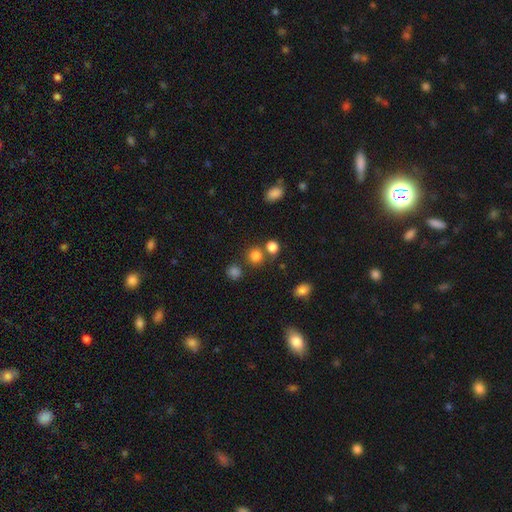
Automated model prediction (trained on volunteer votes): The model was most divided on "merging": none: 69%, merger: 19%, minor disturbance: 9%, major disturbance: 4%. More confident: how rounded — round (87%); smooth or featured — smooth (79%).